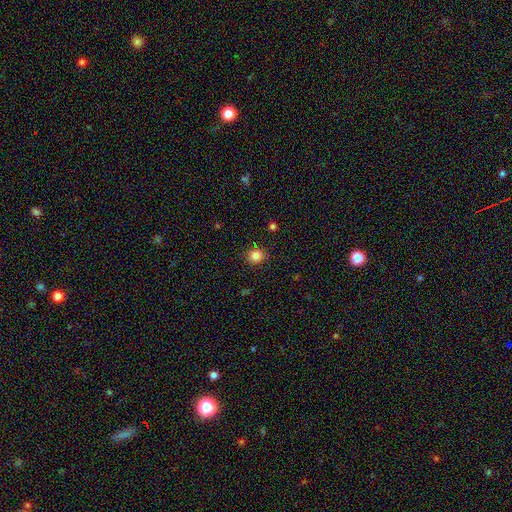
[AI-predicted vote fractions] smooth-or-featured: smooth: 83% | star or artifact: 12% | featured or disk: 4%
  how-rounded: round: 81% | in between: 18% | cigar-shaped: 1%
  merging: none: 85% | minor disturbance: 9% | major disturbance: 3% | merger: 2%